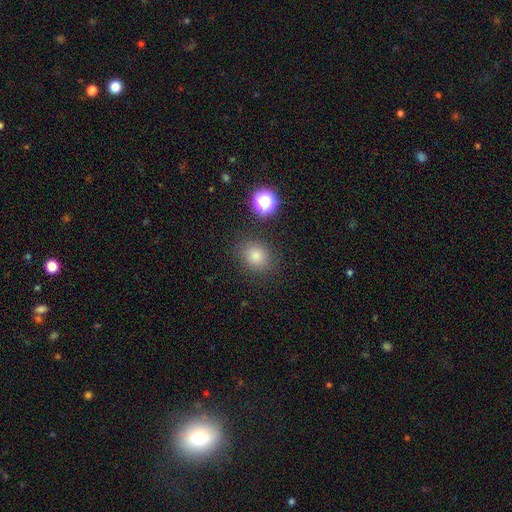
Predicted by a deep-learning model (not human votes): This is likely a smooth galaxy (78%). How rounded: likely round (67%). Merging: clearly none (85%).